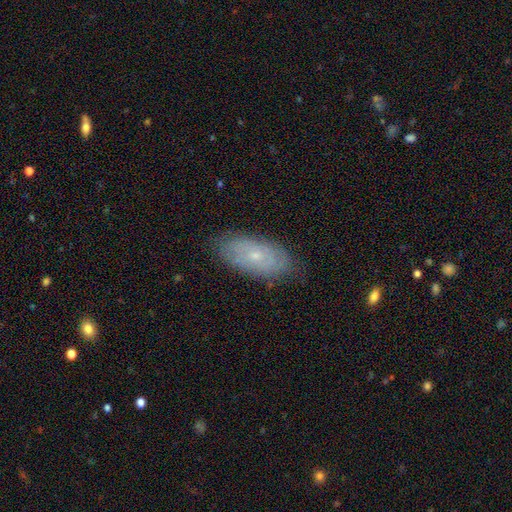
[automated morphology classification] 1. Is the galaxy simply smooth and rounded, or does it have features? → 48% featured or disk, 44% smooth, 8% star or artifact.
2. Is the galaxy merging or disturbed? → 80% none, 16% minor disturbance, 3% major disturbance, 1% merger.